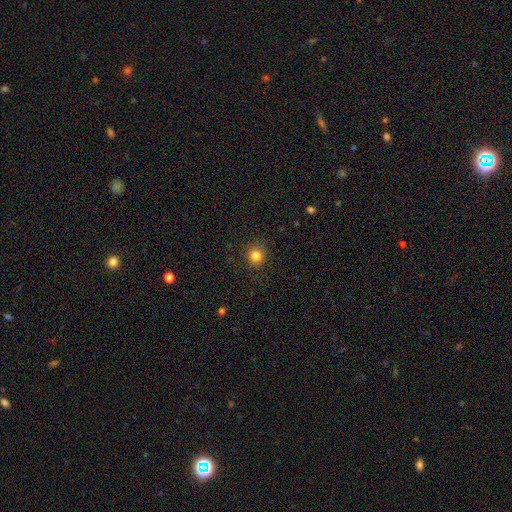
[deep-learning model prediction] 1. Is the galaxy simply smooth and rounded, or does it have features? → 83% smooth, 12% star or artifact, 5% featured or disk.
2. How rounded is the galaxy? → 90% round, 9% in between, 1% cigar-shaped.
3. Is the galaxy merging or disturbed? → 89% none, 7% minor disturbance, 3% major disturbance, 1% merger.